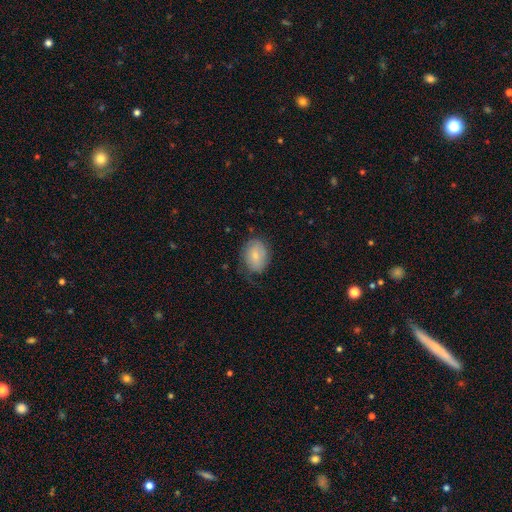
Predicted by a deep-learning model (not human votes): Smooth or featured: smooth — 68% (featured or disk — 25%)
How rounded: in between — 62% (round — 37%)
Merging: none — 59% (minor disturbance — 28%)